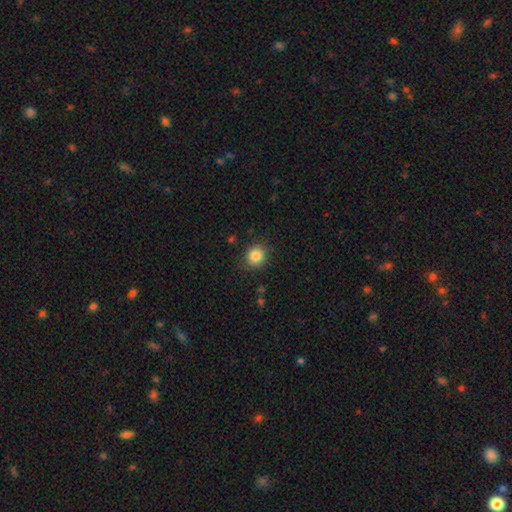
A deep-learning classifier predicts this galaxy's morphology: Q: Smooth or featured?
A: smooth (85%); runner-up: star or artifact (10%)
Q: How rounded?
A: round (82%); runner-up: in between (17%)
Q: Merging?
A: none (85%); runner-up: minor disturbance (10%)